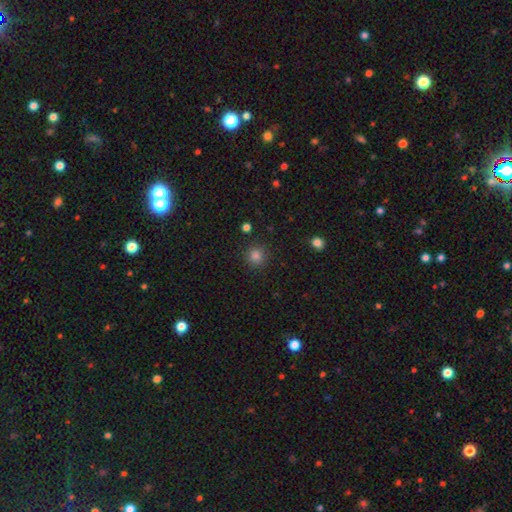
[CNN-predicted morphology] Q: Smooth or featured?
A: smooth (82%); runner-up: star or artifact (14%)
Q: How rounded?
A: round (94%); runner-up: in between (5%)
Q: Merging?
A: none (90%); runner-up: minor disturbance (6%)